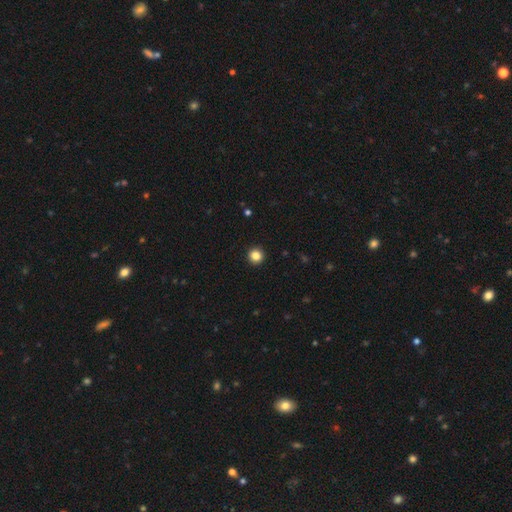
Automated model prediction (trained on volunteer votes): This appears to be a smooth galaxy with no disk features (85%) that is round (95%). Merging: none (94%).